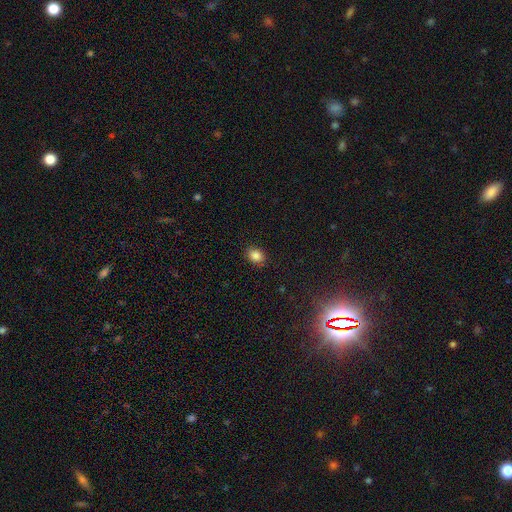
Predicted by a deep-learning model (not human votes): Smooth or featured: smooth — 85% (star or artifact — 10%)
How rounded: in between — 63% (round — 36%)
Merging: none — 87% (minor disturbance — 9%)